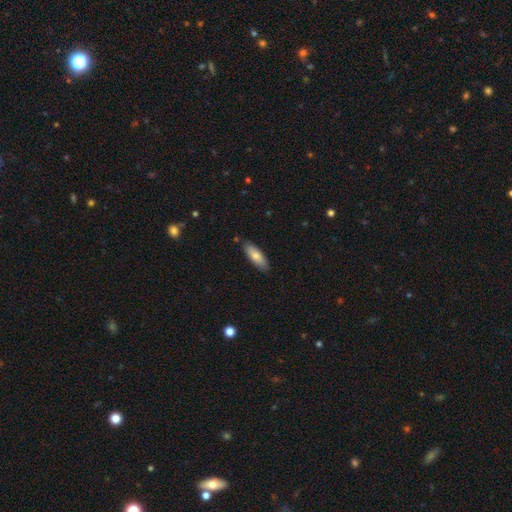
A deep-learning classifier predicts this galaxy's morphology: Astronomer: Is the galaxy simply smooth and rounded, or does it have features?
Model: smooth — 79%.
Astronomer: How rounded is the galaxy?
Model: in between — 64%.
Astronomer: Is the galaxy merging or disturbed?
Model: none — 85%.